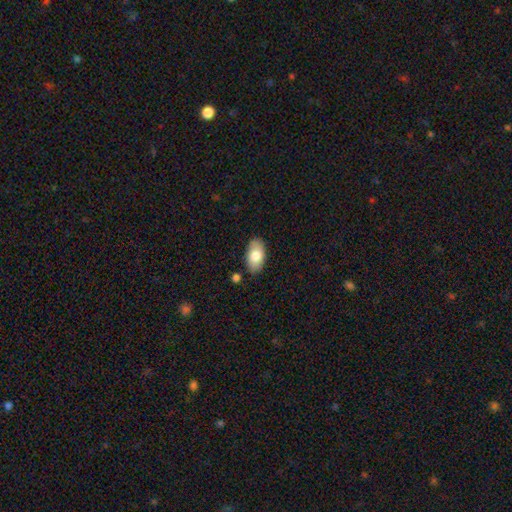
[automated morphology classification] Overall: smooth (79%). How rounded: in between (94%). Merging: none (83%).